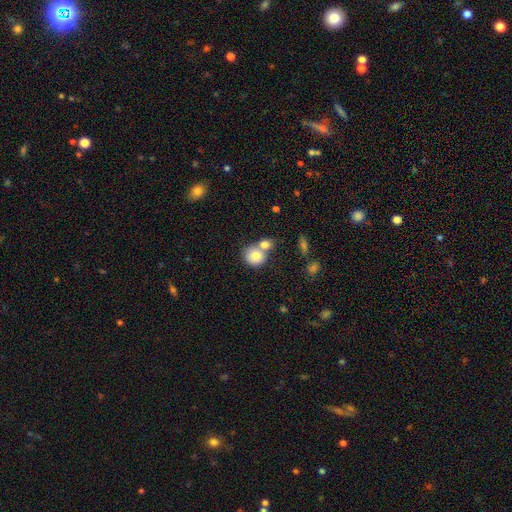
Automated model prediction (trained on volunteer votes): Overall: smooth (79%). How rounded: round (77%). Merging: merger (54%; none 35%).